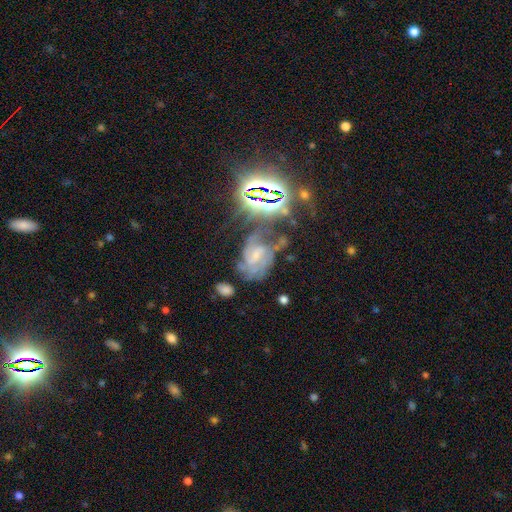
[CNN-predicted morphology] A featured or disk galaxy (63%) with a weak bar (45%), spiral arms (81%) and a small central bulge (46%).

Vote fractions:
- Smooth or featured? featured or disk: 63% / star or artifact: 21% / smooth: 16%
- Edge-on disk? no: 97% / yes: 3%
- Bar? weak: 45% / no: 39% / strong: 17%
- Spiral arms? yes: 81% / no: 19%
- Bulge size? small: 46% / moderate: 28% / none: 21% / large: 3% / dominant: 1%
- Merging? none: 41% / major disturbance: 26% / minor disturbance: 23% / merger: 10%